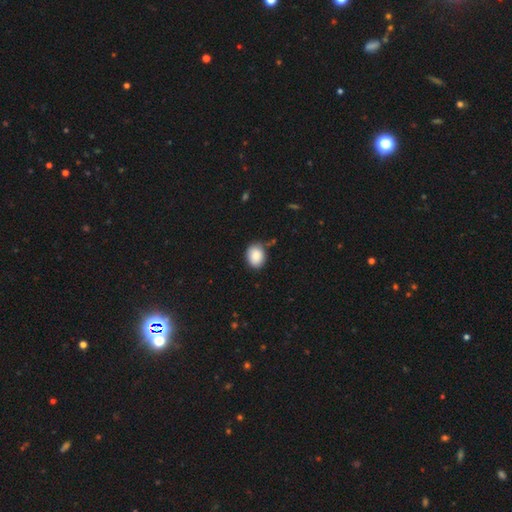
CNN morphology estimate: Overall: smooth (88%). How rounded: in between (60%; round 39%). Merging: none (77%).